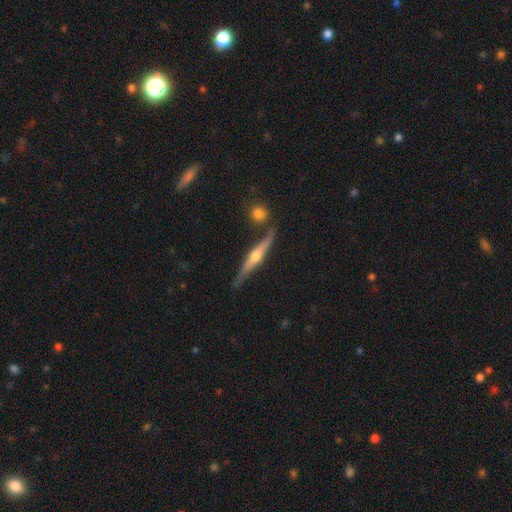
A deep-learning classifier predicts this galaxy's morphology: type=featured or disk (74%); edge-on=yes (97%); edge-on bulge=rounded (92%); merging=none (77%).